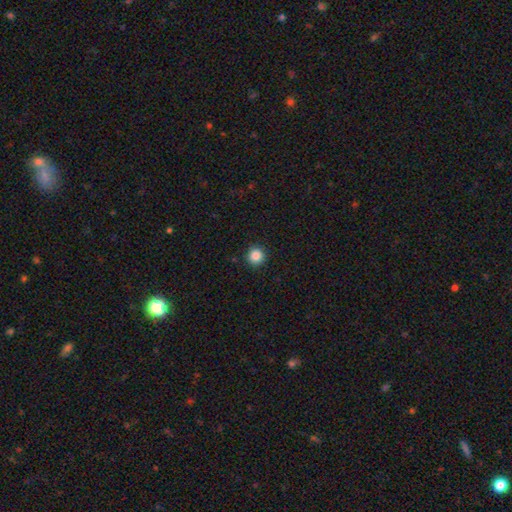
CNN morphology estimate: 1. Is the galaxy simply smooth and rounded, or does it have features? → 86% smooth, 10% star or artifact, 3% featured or disk.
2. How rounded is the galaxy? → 95% round, 4% in between, 1% cigar-shaped.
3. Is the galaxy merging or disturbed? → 92% none, 5% minor disturbance, 2% major disturbance, 1% merger.